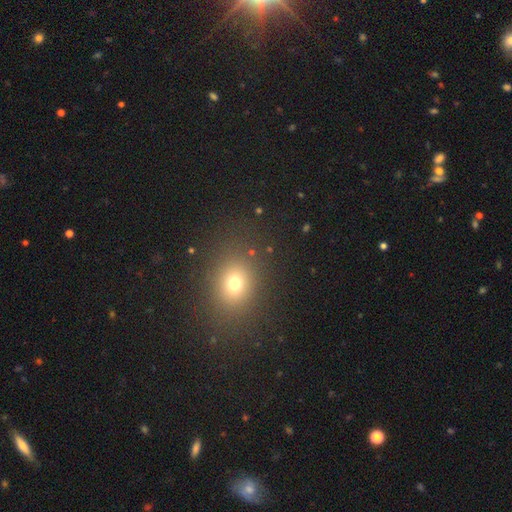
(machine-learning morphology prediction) smooth-or-featured: smooth: 61% | star or artifact: 31% | featured or disk: 8%
  how-rounded: round: 54% | in between: 45% | cigar-shaped: 2%
  merging: none: 89% | minor disturbance: 7% | major disturbance: 3% | merger: 1%